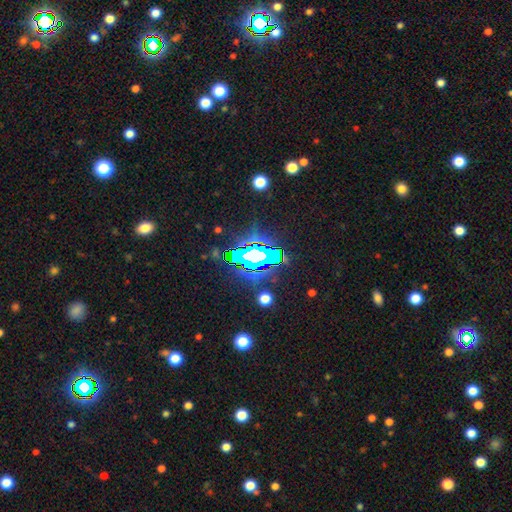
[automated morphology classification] Smooth or featured? star or artifact (67%)